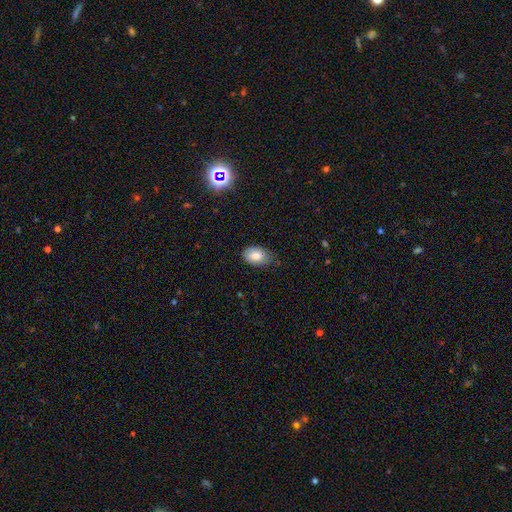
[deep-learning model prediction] Overall: smooth (79%). How rounded: in between (88%). Merging: none (67%).